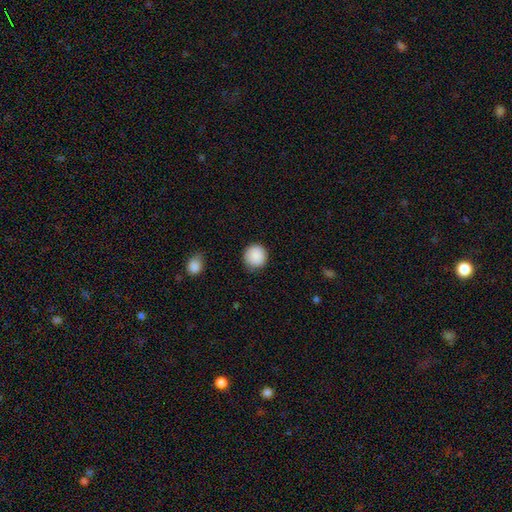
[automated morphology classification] Smooth or featured: smooth — 89% (star or artifact — 7%)
How rounded: round — 94% (in between — 5%)
Merging: none — 87% (minor disturbance — 9%)